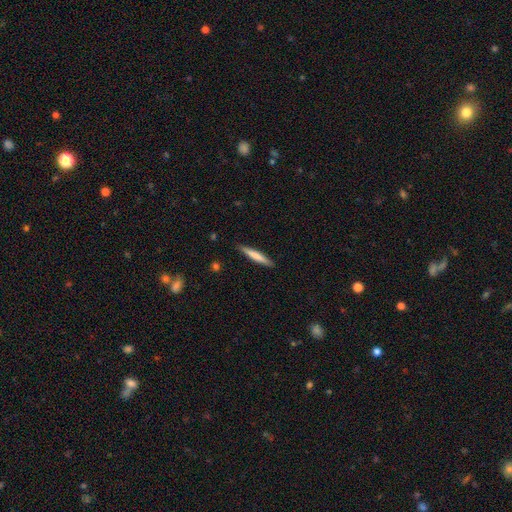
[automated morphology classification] Smooth or featured: smooth — 68% (featured or disk — 27%)
How rounded: cigar-shaped — 94% (in between — 5%)
Merging: none — 90% (minor disturbance — 8%)